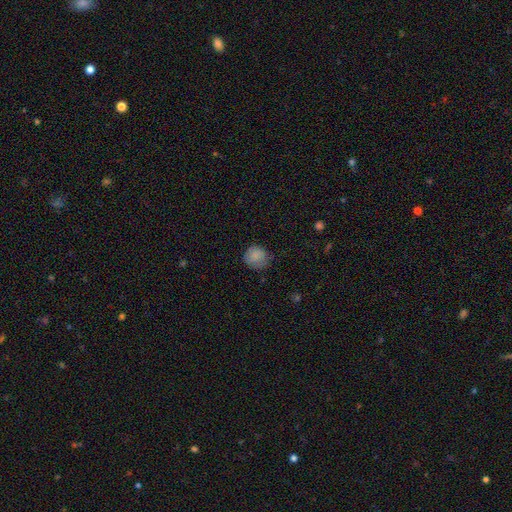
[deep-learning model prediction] Overall: smooth (83%). How rounded: round (85%). Merging: none (70%).